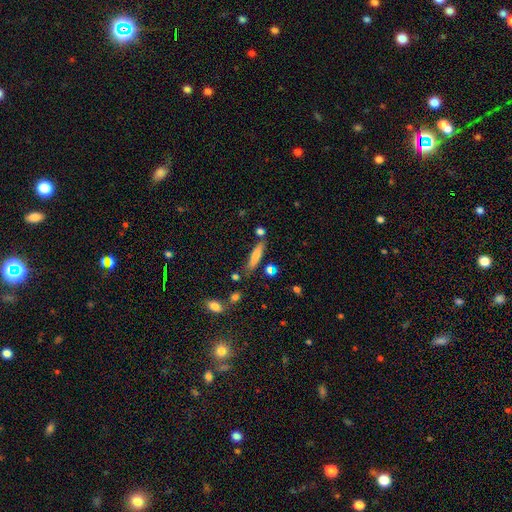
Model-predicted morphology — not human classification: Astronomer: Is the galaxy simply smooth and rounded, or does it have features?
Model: smooth — 74%.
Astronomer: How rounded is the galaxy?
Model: cigar-shaped — 76%.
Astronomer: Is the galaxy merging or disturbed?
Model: none — 73%.